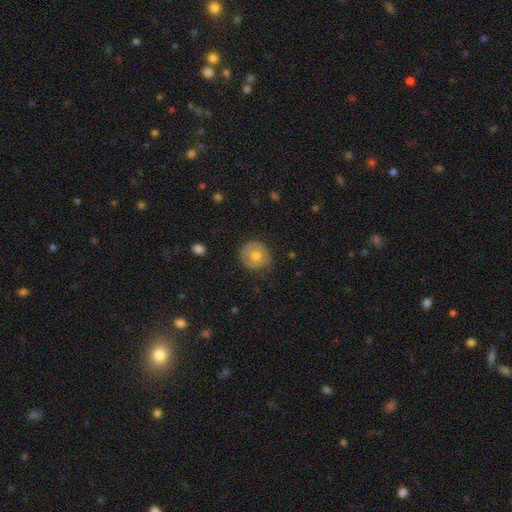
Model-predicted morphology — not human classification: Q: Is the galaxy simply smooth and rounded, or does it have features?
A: smooth — 56%.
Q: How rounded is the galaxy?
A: round — 90%.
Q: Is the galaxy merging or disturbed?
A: none — 79%.